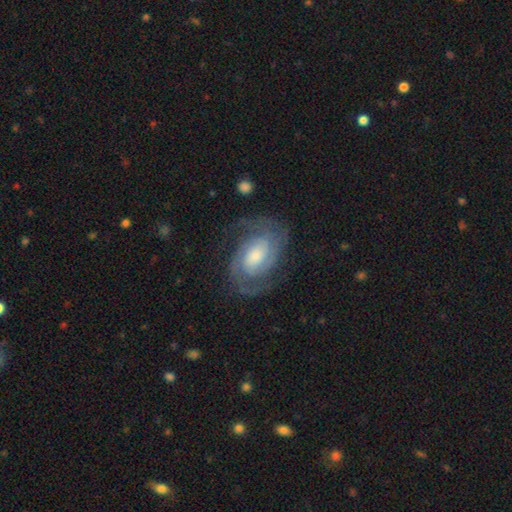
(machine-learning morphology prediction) smooth-or-featured: featured or disk: 86% | smooth: 9% | star or artifact: 5%
  disk-edge-on: no: 97% | yes: 3%
    bar: no: 56% | weak: 35% | strong: 9%
    has-spiral-arms: yes: 97% | no: 3%
      spiral-winding: tight: 52% | medium: 39% | loose: 8%
      spiral-arm-count: 2: 75% | can't tell: 10% | 3: 8% | 1: 3% | 4: 3% | more than 4: 2%
    bulge-size: moderate: 43% | small: 32% | large: 18% | none: 5% | dominant: 2%
  merging: none: 74% | minor disturbance: 16% | major disturbance: 9% | merger: 1%